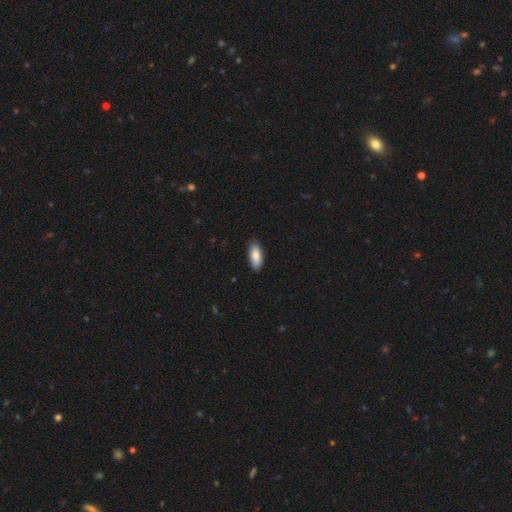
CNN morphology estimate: Smooth or featured?
  - smooth: 83% *
  - featured or disk: 11%
  - star or artifact: 6%
How rounded?
  - in between: 82% *
  - cigar-shaped: 16%
  - round: 2%
Merging?
  - none: 86% *
  - minor disturbance: 11%
  - major disturbance: 2%
  - merger: 1%